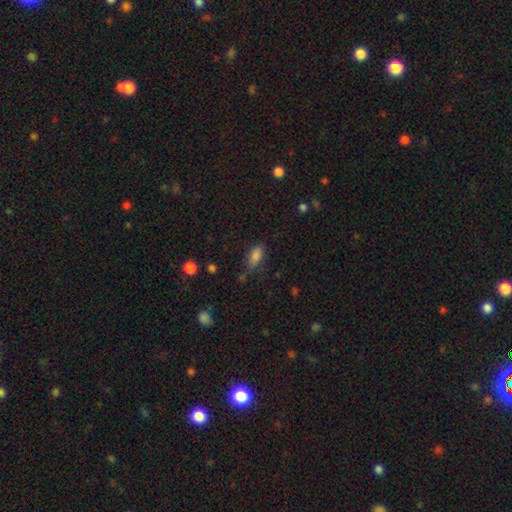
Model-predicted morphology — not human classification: type=smooth (81%); roundness=in between (87%); merging=none (65%).